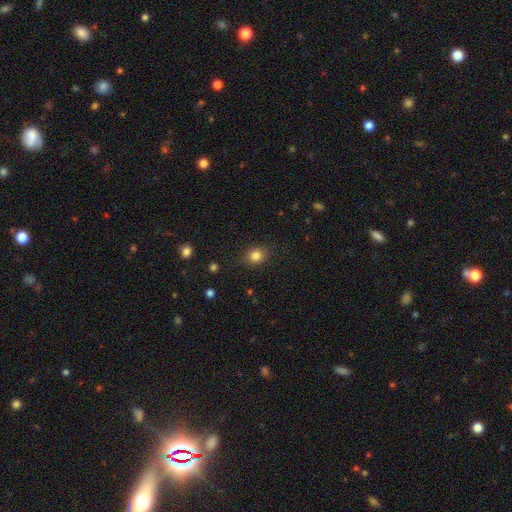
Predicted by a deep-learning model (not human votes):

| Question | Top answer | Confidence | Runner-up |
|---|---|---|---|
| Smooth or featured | smooth | 83% | star or artifact (12%) |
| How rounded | round | 72% | in between (27%) |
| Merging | none | 83% | minor disturbance (12%) |